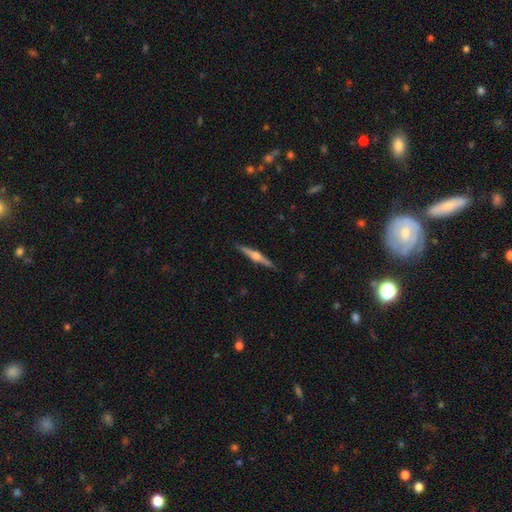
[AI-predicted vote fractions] Smooth or featured? Predicted: featured or disk (p=0.76). Edge-on disk? Predicted: yes (p=0.98). Edge-on bulge? Predicted: rounded (p=0.92). Merging? Predicted: none (p=0.90).